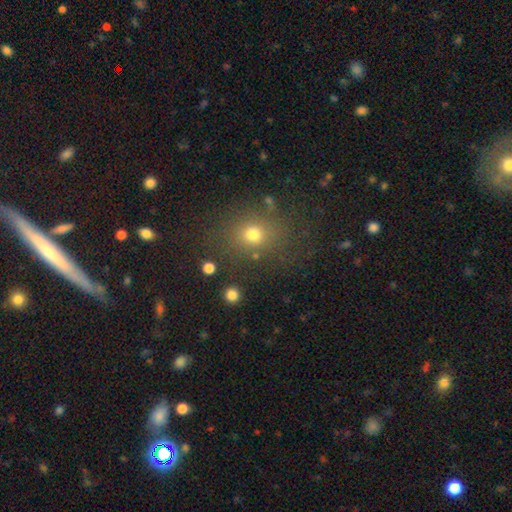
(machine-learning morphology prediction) A smooth galaxy with no disk features (49%).

Vote fractions:
- Smooth or featured? smooth: 49% / star or artifact: 30% / featured or disk: 20%
- Merging? none: 86% / minor disturbance: 9% / major disturbance: 3% / merger: 2%